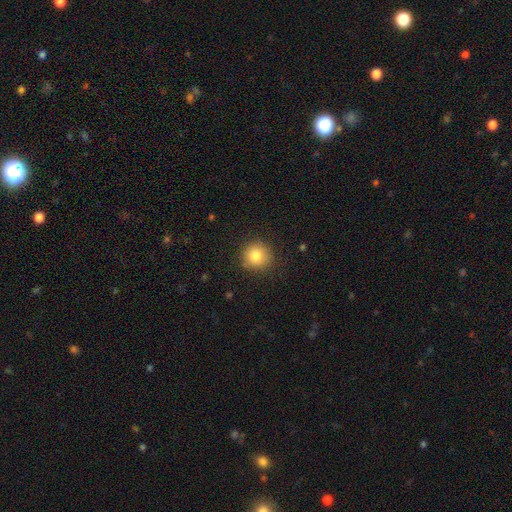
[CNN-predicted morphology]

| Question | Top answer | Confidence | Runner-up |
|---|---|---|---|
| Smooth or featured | smooth | 82% | star or artifact (10%) |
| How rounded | round | 92% | in between (7%) |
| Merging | none | 87% | minor disturbance (9%) |